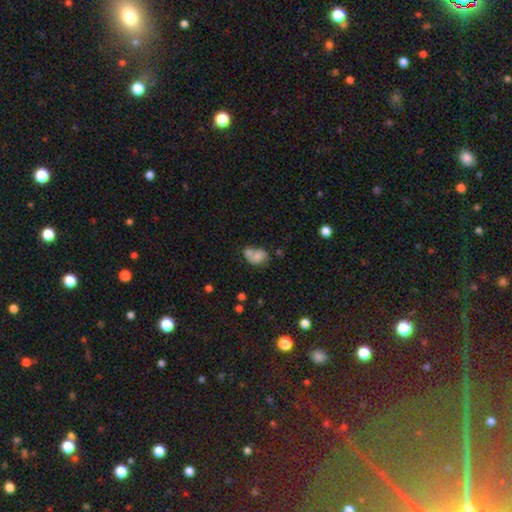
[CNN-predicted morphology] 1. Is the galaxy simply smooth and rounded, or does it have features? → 69% smooth, 20% featured or disk, 11% star or artifact.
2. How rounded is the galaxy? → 68% in between, 31% round, 1% cigar-shaped.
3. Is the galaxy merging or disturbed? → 48% merger, 27% none, 16% minor disturbance, 9% major disturbance.